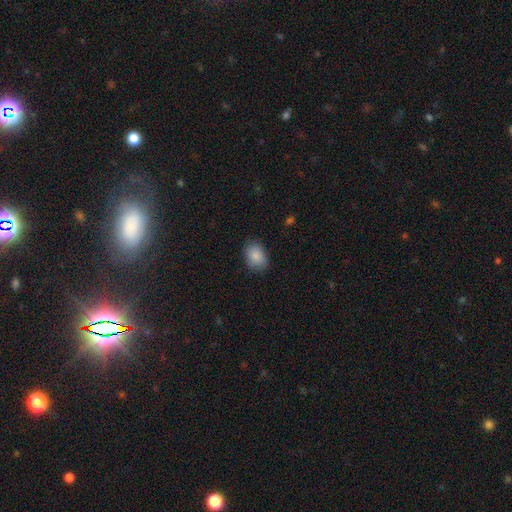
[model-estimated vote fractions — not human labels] This appears to be a smooth galaxy with no disk features (88%) that is in between round and cigar-shaped (74%). Merging: none (82%).